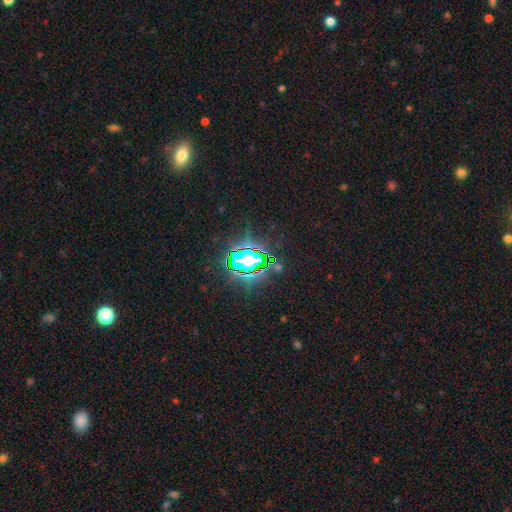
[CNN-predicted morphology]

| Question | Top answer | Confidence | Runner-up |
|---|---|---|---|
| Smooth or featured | star or artifact | 78% | smooth (12%) |